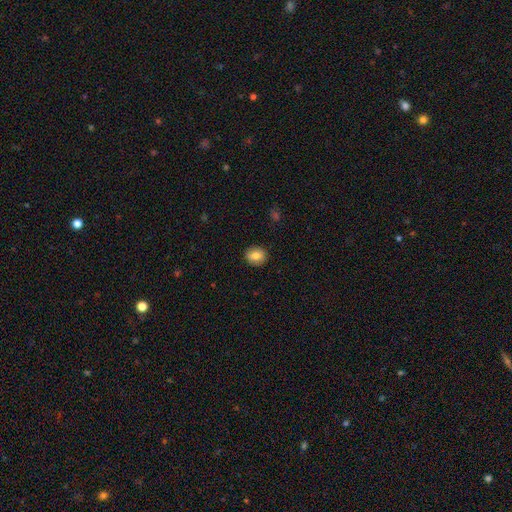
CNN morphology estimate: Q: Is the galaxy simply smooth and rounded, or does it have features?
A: smooth — 80%.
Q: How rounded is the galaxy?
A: round — 65%.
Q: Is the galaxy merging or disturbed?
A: none — 89%.